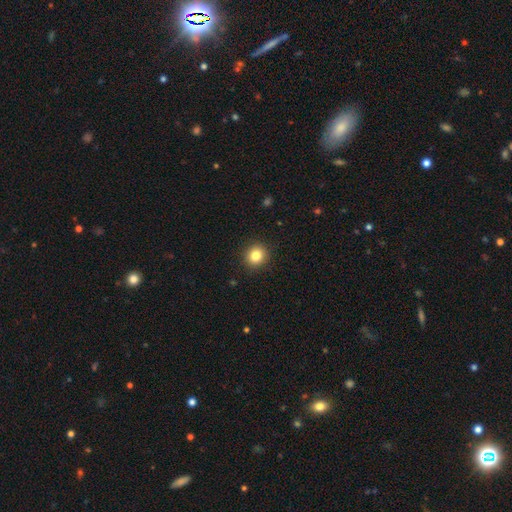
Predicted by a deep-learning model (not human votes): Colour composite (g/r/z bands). It shows a smooth galaxy with no disk features (83%) that is round (86%). Merging: none (92%).